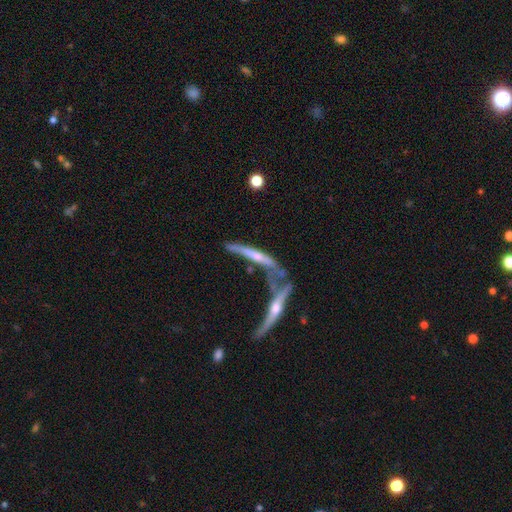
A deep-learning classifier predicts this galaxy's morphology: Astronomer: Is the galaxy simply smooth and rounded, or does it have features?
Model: featured or disk — 60%.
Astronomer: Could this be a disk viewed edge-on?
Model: yes — 87%.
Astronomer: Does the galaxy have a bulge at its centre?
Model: rounded — 66%.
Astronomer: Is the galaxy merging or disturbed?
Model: merger — 42% (runner-up: none, 35%).